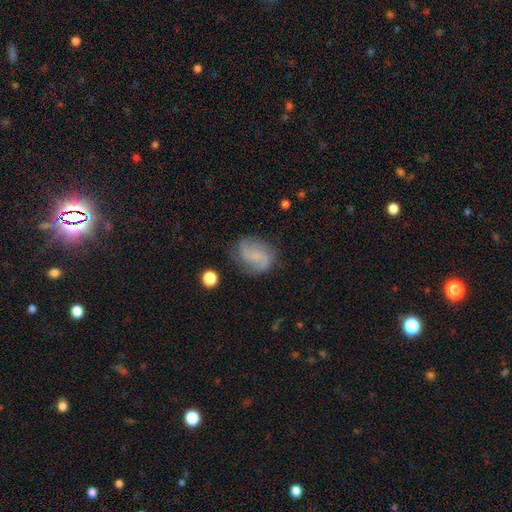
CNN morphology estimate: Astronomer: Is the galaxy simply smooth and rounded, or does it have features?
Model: featured or disk — 69%.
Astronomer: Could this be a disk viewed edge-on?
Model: no — 97%.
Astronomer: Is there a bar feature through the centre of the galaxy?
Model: no — 58% (runner-up: weak, 34%).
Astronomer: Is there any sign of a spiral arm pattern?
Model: yes — 93%.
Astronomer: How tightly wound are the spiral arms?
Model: loose — 42% (runner-up: medium, 41%).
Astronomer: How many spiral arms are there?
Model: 2 — 78%.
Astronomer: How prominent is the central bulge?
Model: small — 57%.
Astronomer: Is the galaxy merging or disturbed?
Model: none — 71%.